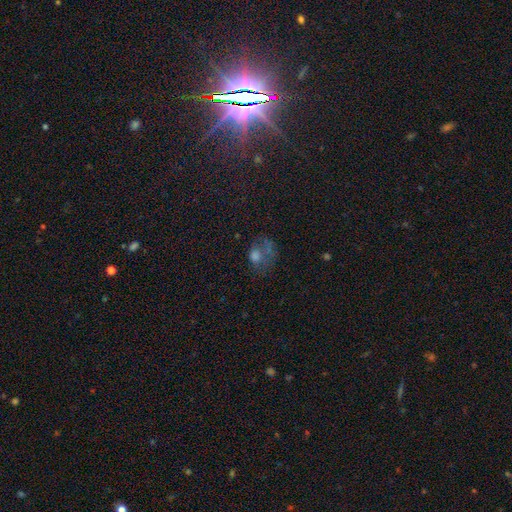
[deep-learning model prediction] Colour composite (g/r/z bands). It shows a smooth galaxy with no disk features (51%) that is round (50%). Merging: major disturbance (35%, tied with none).